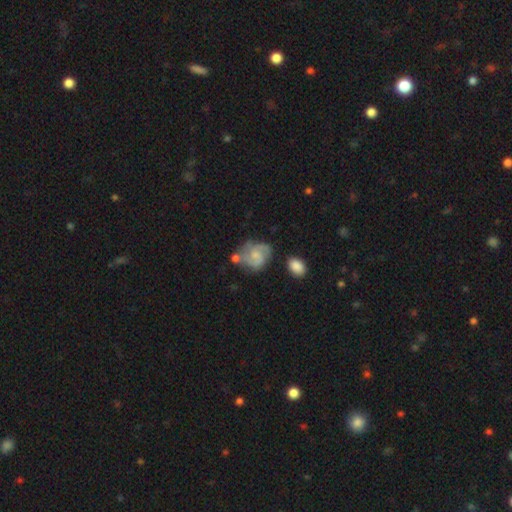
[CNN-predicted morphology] smooth-or-featured: featured or disk: 63% | smooth: 30% | star or artifact: 7%
  disk-edge-on: no: 98% | yes: 2%
    bar: no: 62% | weak: 33% | strong: 5%
    has-spiral-arms: yes: 85% | no: 15%
      spiral-winding: medium: 49% | tight: 28% | loose: 23%
      spiral-arm-count: 2: 64% | can't tell: 17% | 3: 11% | 1: 4% | 4: 2% | more than 4: 2%
    bulge-size: small: 49% | moderate: 33% | none: 14% | large: 3% | dominant: 1%
  merging: none: 47% | minor disturbance: 25% | merger: 14% | major disturbance: 13%